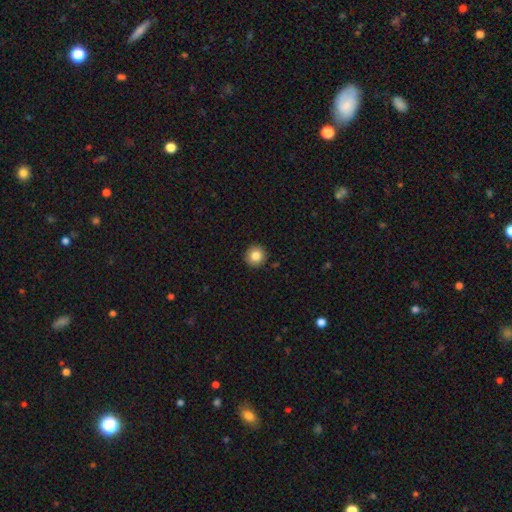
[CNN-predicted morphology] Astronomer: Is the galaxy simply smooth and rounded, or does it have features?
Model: smooth — 84%.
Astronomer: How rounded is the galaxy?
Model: round — 94%.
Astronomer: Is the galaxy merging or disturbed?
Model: none — 93%.